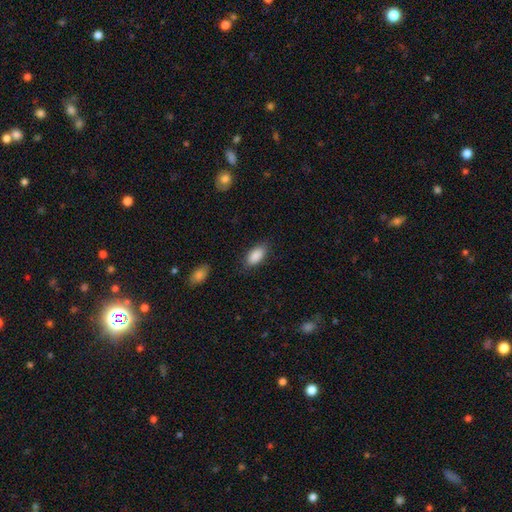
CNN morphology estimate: Smooth or featured: smooth — 89% (star or artifact — 7%)
How rounded: in between — 93% (cigar-shaped — 4%)
Merging: none — 83% (minor disturbance — 13%)